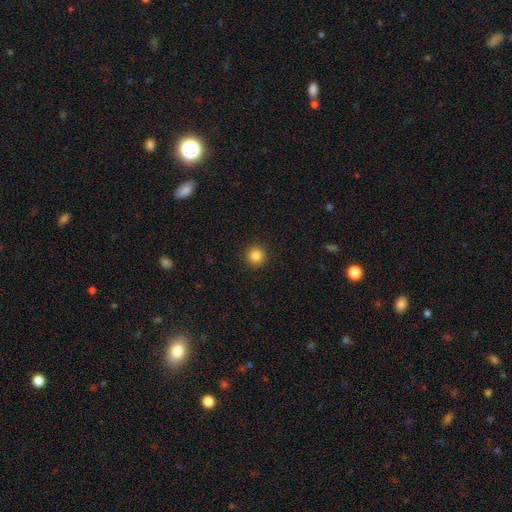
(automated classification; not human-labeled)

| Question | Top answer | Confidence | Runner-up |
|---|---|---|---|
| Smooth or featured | smooth | 84% | star or artifact (11%) |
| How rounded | round | 95% | in between (4%) |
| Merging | none | 93% | minor disturbance (5%) |